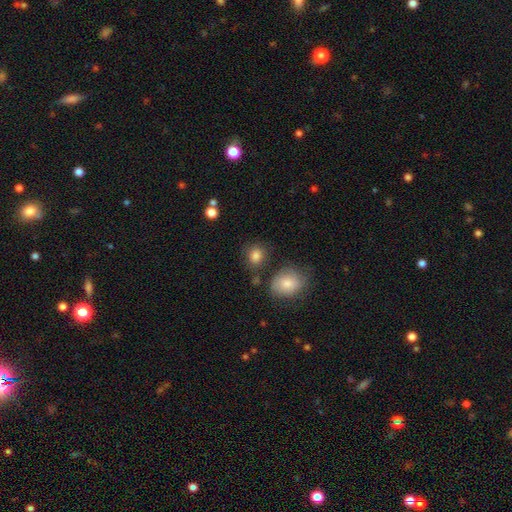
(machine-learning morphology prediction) smooth_or_featured: smooth (p=0.84) [alt: star or artifact p=0.10]
how_rounded: round (p=0.70) [alt: in between p=0.29]
merging: none (p=0.72) [alt: minor disturbance p=0.15]